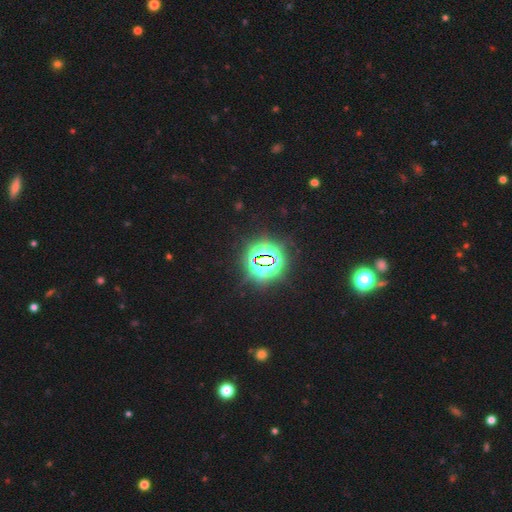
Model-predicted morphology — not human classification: Smooth or featured?
  - star or artifact: 80% *
  - smooth: 12%
  - featured or disk: 8%